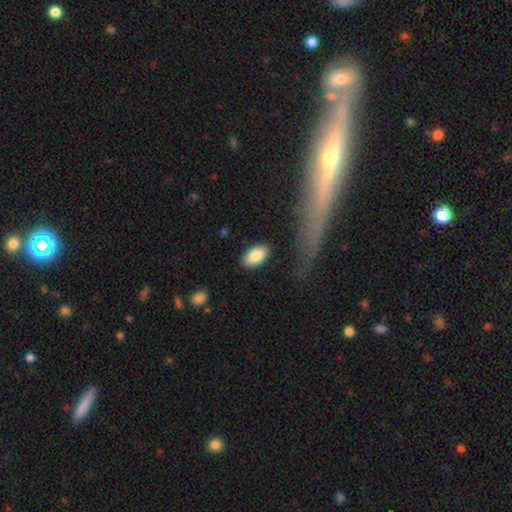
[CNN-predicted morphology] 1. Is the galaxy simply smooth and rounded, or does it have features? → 85% smooth, 8% featured or disk, 7% star or artifact.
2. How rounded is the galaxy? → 94% in between, 4% round, 2% cigar-shaped.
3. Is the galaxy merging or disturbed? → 84% none, 10% minor disturbance, 3% major disturbance, 2% merger.